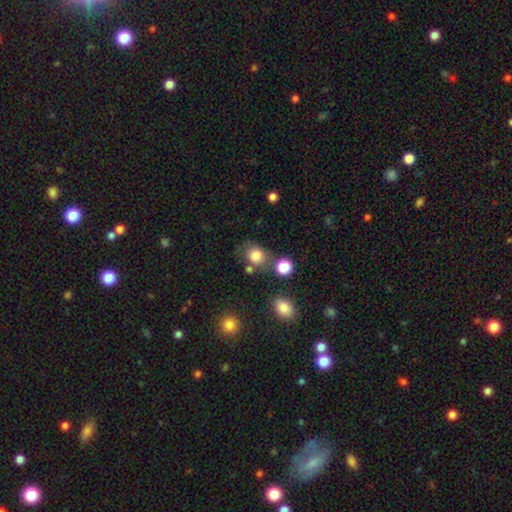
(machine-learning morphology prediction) A smooth galaxy with no disk features (80%) that is round (63%). Merging: none (61%).